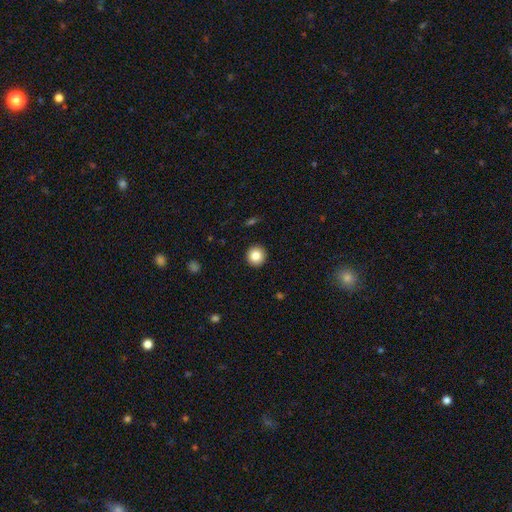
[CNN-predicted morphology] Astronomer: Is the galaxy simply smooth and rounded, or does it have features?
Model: smooth — 84%.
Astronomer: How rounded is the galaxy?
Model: round — 94%.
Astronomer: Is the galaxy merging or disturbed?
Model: none — 93%.